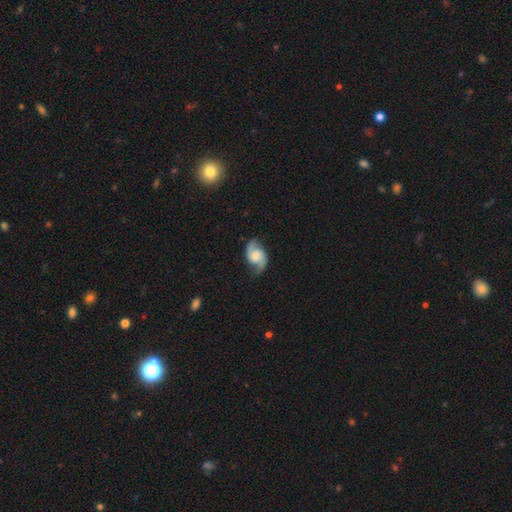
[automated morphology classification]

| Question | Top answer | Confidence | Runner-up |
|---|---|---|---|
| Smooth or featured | featured or disk | 79% | smooth (15%) |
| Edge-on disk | no | 97% | yes (3%) |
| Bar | no | 59% | weak (34%) |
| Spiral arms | yes | 96% | no (4%) |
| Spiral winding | medium | 47% | loose (38%) |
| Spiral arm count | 2 | 92% | can't tell (3%) |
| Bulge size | moderate | 36% | small (25%) |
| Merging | none | 76% | minor disturbance (17%) |